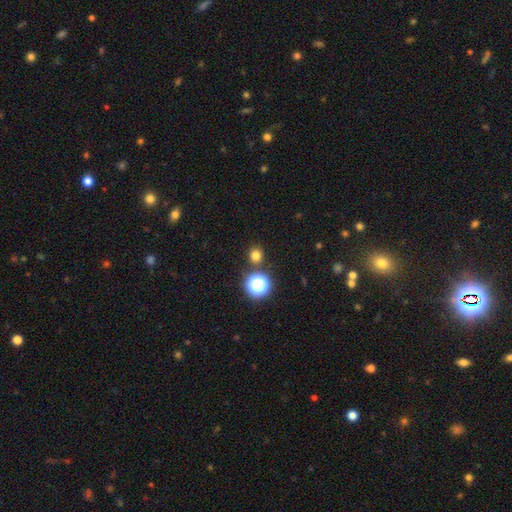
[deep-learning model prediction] Morphology: type=smooth (74%); roundness=round (90%); merging=none (87%).